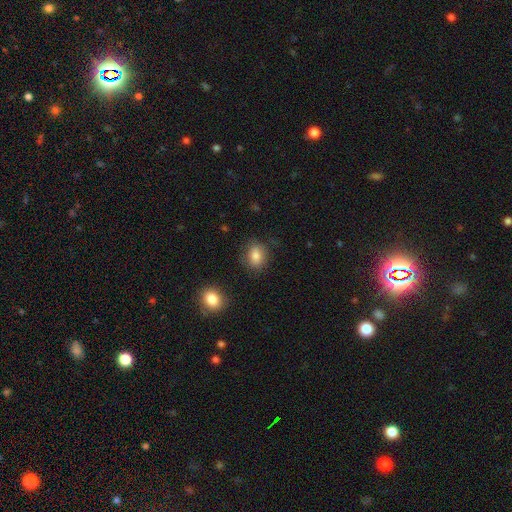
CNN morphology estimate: A smooth galaxy with no disk features (82%) that is in between round and cigar-shaped (50%).

Vote fractions:
- Smooth or featured? smooth: 82% / star or artifact: 9% / featured or disk: 9%
- How rounded? in between: 50% / round: 48% / cigar-shaped: 1%
- Merging? none: 79% / minor disturbance: 14% / major disturbance: 4% / merger: 2%